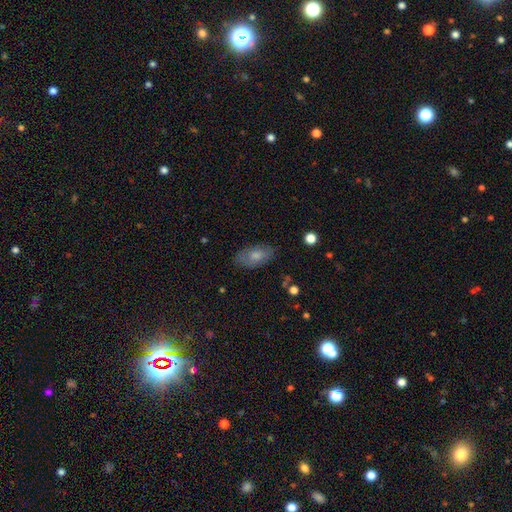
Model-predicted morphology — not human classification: Smooth or featured?
  - smooth: 70% *
  - featured or disk: 22%
  - star or artifact: 8%
How rounded?
  - in between: 92% *
  - round: 4%
  - cigar-shaped: 3%
Merging?
  - none: 78% *
  - minor disturbance: 17%
  - major disturbance: 4%
  - merger: 1%